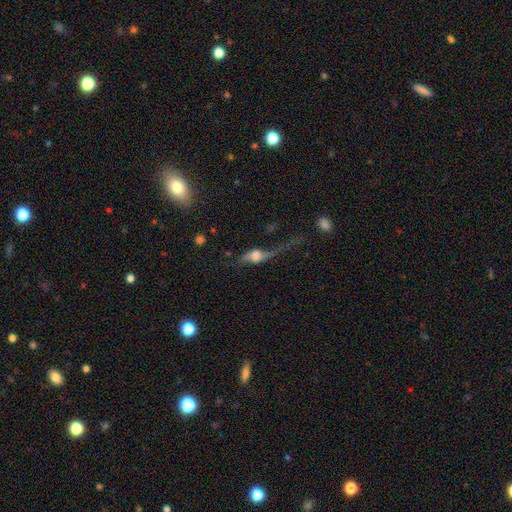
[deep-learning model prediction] Smooth or featured? featured or disk (60%)
Edge-on disk? no (56%)
Merging? major disturbance (48%)